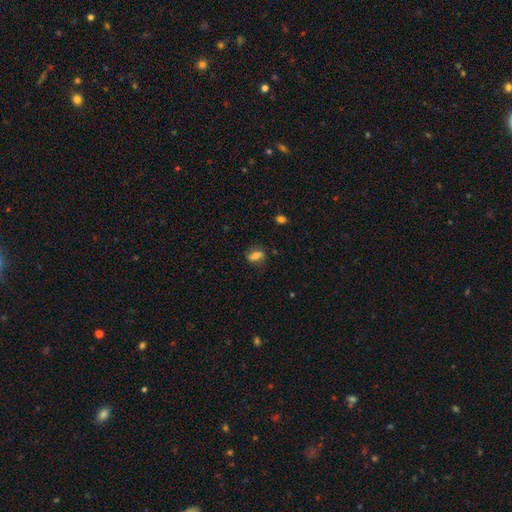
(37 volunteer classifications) Overall: smooth (70%). How rounded: in between (77%). Merging: none (78%).